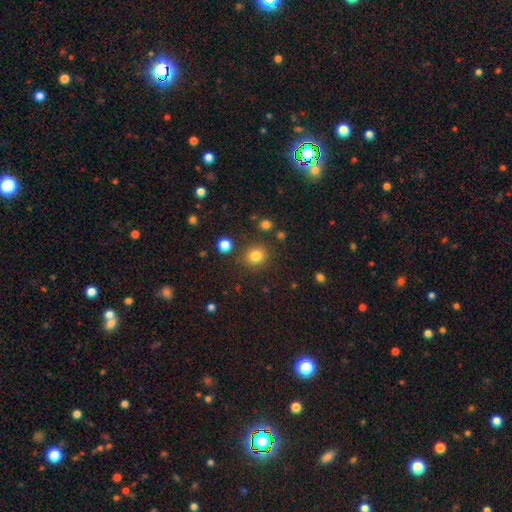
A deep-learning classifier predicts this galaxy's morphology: Smooth or featured? Predicted: smooth (p=0.82). How rounded? Predicted: round (p=0.87). Merging? Predicted: none (p=0.86).